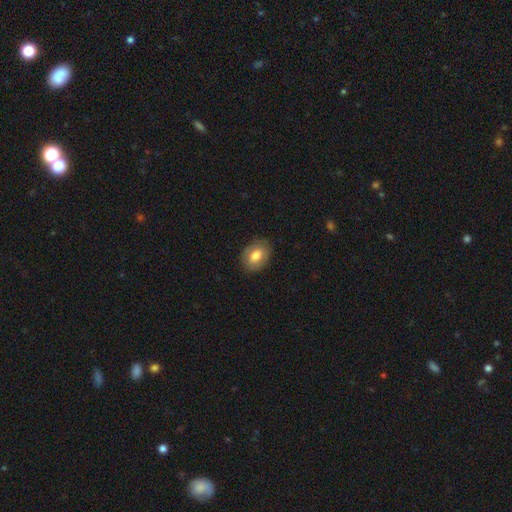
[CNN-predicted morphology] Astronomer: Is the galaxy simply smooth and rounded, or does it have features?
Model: smooth — 76%.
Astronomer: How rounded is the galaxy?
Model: in between — 76%.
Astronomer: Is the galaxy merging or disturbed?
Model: none — 85%.